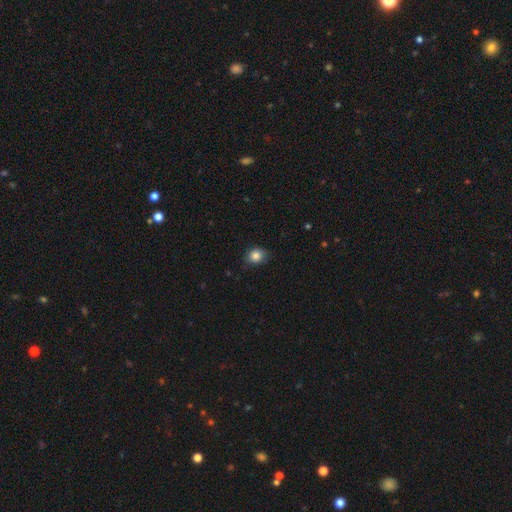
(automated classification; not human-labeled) Smooth or featured? Predicted: smooth (p=0.85). How rounded? Predicted: round (p=0.64). Merging? Predicted: none (p=0.80).